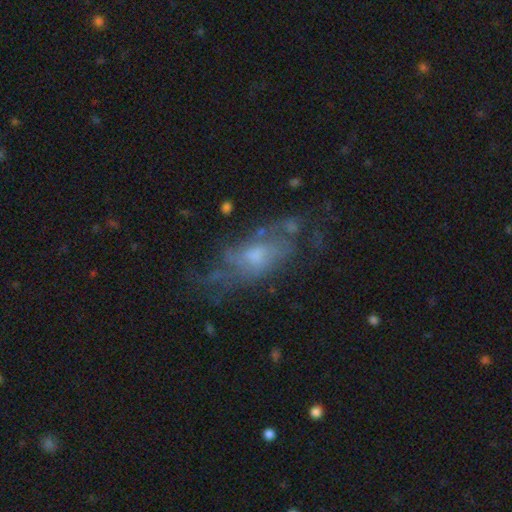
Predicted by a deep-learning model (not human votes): smooth_or_featured: featured or disk (p=0.68) [alt: smooth p=0.21]
disk_edge_on: no (p=0.86) [alt: yes p=0.14]
bar: no (p=0.72) [alt: weak p=0.24]
has_spiral_arms: yes (p=0.67) [alt: no p=0.33]
bulge_size: moderate (p=0.49) [alt: small p=0.38]
merging: none (p=0.60) [alt: minor disturbance p=0.20]